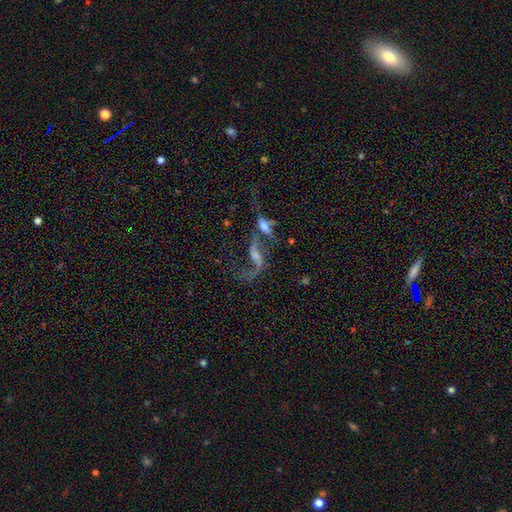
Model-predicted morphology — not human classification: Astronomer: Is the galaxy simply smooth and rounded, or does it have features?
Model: featured or disk — 73%.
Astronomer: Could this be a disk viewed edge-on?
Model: no — 89%.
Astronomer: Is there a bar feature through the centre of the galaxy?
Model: no — 46% (runner-up: weak, 35%).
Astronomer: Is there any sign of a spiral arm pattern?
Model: yes — 80%.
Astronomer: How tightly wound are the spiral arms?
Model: loose — 88%.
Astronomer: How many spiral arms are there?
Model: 2 — 66%.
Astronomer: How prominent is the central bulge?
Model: small — 40% (runner-up: moderate, 29%).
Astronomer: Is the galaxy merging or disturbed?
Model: merger — 52%.